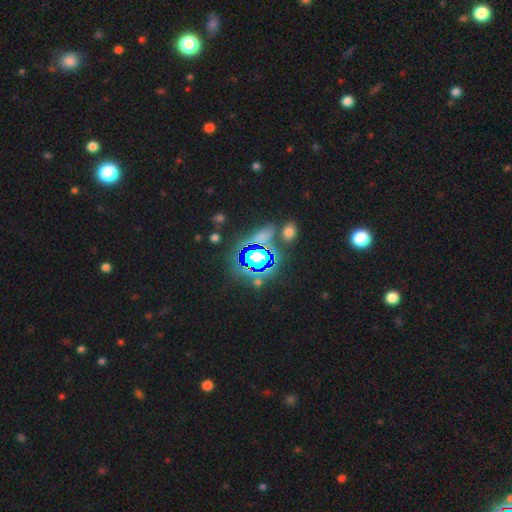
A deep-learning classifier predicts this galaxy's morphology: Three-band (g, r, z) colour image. It shows a star or artifact, not a galaxy (64%).